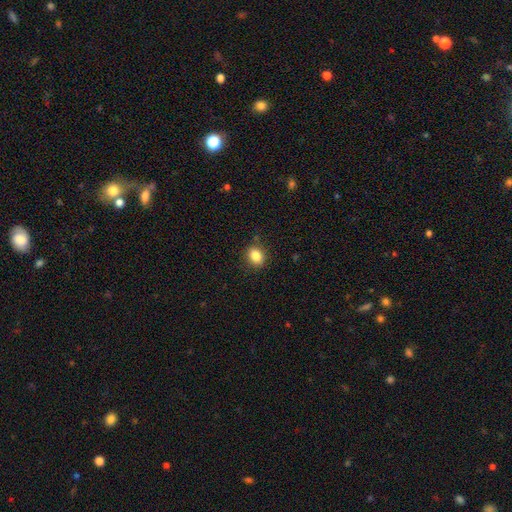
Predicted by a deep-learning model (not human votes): Smooth or featured: smooth — 84% (star or artifact — 10%)
How rounded: round — 50% (in between — 49%)
Merging: none — 85% (minor disturbance — 11%)